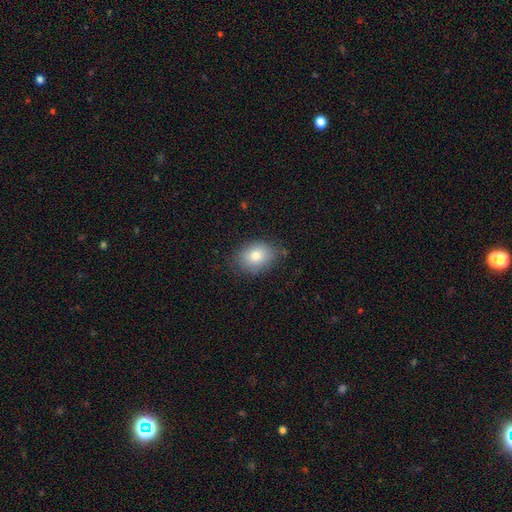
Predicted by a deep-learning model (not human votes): Smooth or featured? Predicted: smooth (p=0.79). How rounded? Predicted: in between (p=0.72). Merging? Predicted: none (p=0.77).